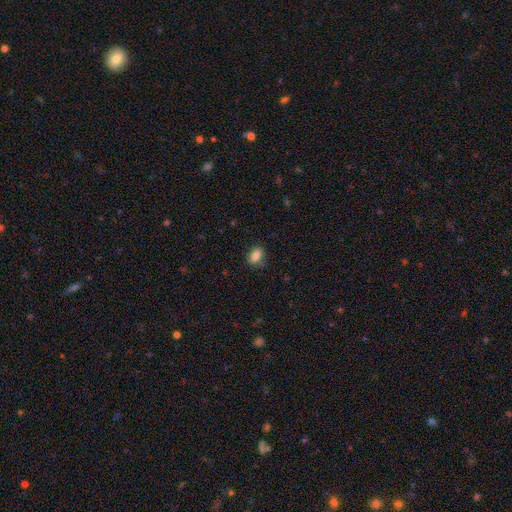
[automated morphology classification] smooth 83%, star or artifact 9%, featured or disk 8%. Down the decision tree: how rounded — in between (83%); merging — none (77%).